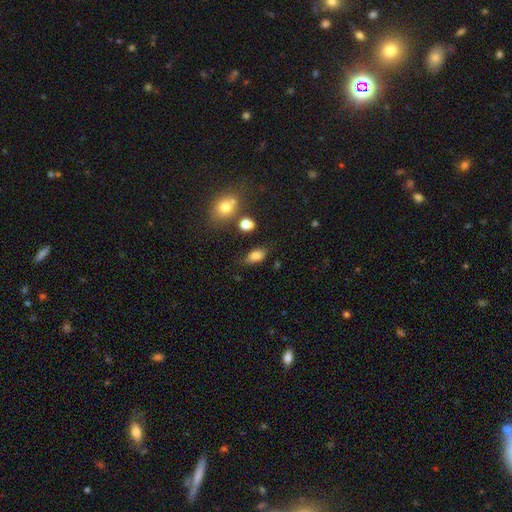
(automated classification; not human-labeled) Smooth or featured: smooth — 82% (star or artifact — 10%)
How rounded: in between — 88% (round — 9%)
Merging: none — 75% (minor disturbance — 16%)